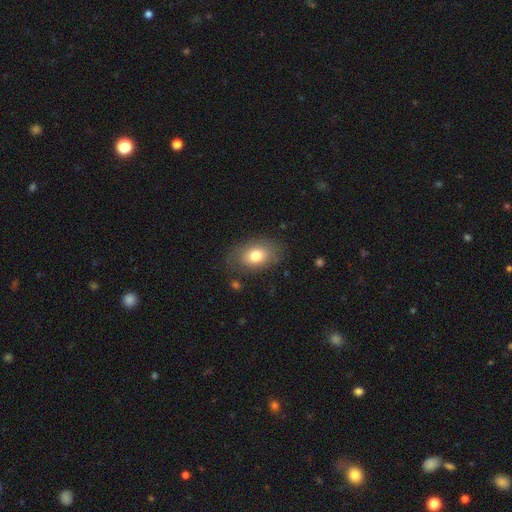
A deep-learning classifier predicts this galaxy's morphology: This is likely a smooth galaxy (75%). How rounded: clearly in between (84%). Merging: likely none (77%).